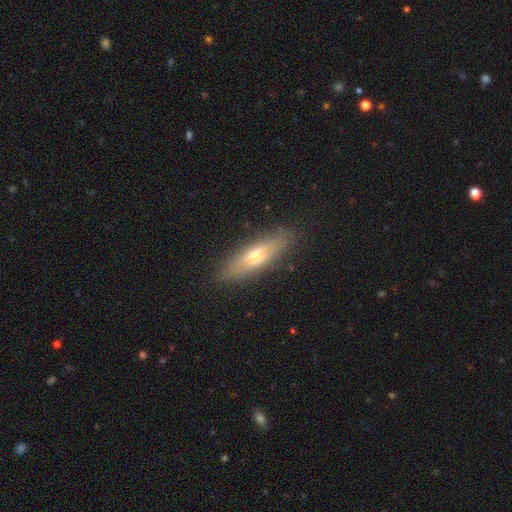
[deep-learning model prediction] Smooth or featured?
  - featured or disk: 50% *
  - smooth: 43%
  - star or artifact: 7%
Edge-on disk?
  - yes: 81% *
  - no: 19%
Merging?
  - none: 86% *
  - minor disturbance: 10%
  - major disturbance: 3%
  - merger: 1%